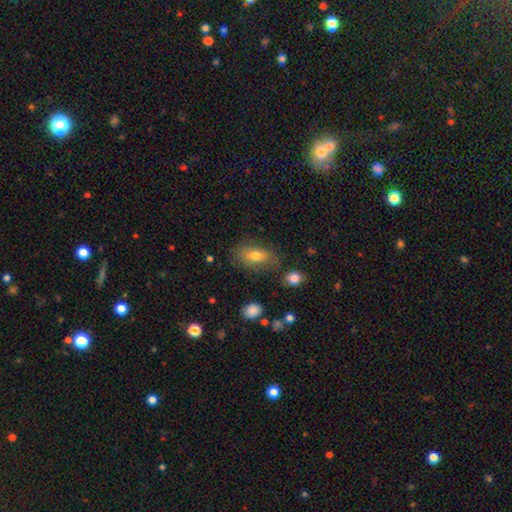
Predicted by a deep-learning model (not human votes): Smooth or featured: smooth — 72% (featured or disk — 19%)
How rounded: in between — 85% (round — 10%)
Merging: none — 70% (minor disturbance — 19%)